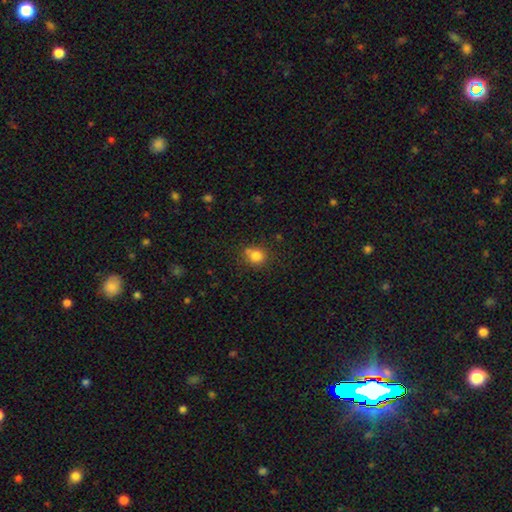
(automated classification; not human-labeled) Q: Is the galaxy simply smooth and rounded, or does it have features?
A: smooth — 81%.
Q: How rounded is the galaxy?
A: round — 83%.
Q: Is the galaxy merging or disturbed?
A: none — 66%.